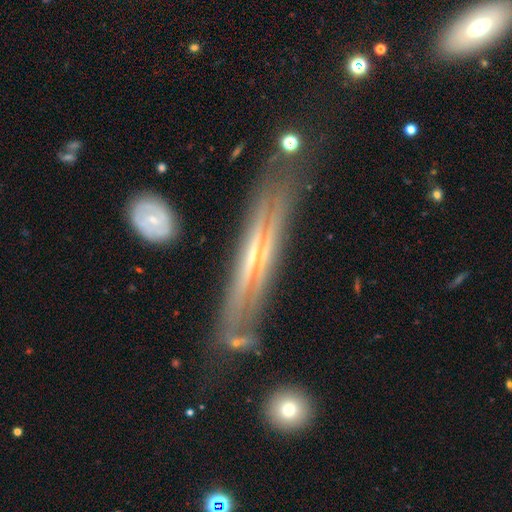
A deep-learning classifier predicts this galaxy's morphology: This is clearly a featured or disk galaxy (82%). It is clearly viewed edge-on (82%). Edge-on bulge: possibly rounded (46%). Merging: likely none (68%).